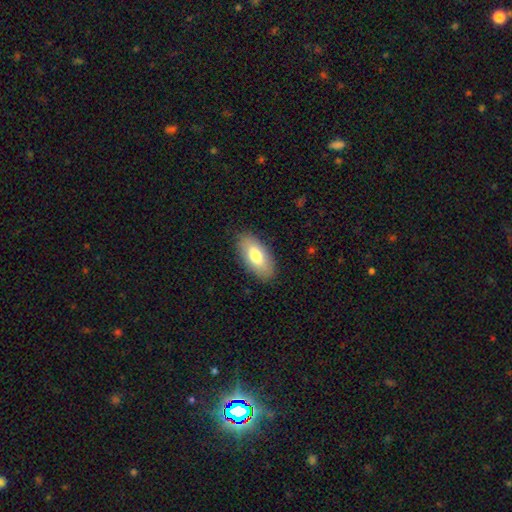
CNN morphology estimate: Smooth or featured: smooth — 75% (featured or disk — 18%)
How rounded: in between — 91% (cigar-shaped — 7%)
Merging: none — 87% (minor disturbance — 10%)